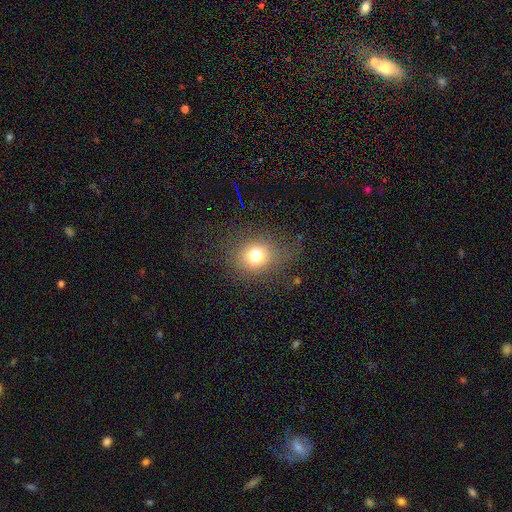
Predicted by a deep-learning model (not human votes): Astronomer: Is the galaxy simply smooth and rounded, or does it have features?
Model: smooth — 74%.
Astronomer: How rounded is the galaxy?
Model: round — 75%.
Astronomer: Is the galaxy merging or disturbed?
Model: none — 74%.